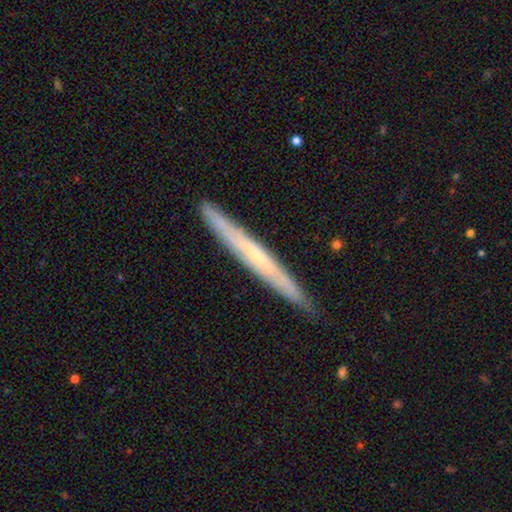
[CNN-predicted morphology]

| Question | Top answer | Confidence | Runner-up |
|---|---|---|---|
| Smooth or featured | featured or disk | 56% | smooth (38%) |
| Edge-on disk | yes | 93% | no (7%) |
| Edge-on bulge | none | 79% | rounded (14%) |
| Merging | none | 89% | minor disturbance (9%) |